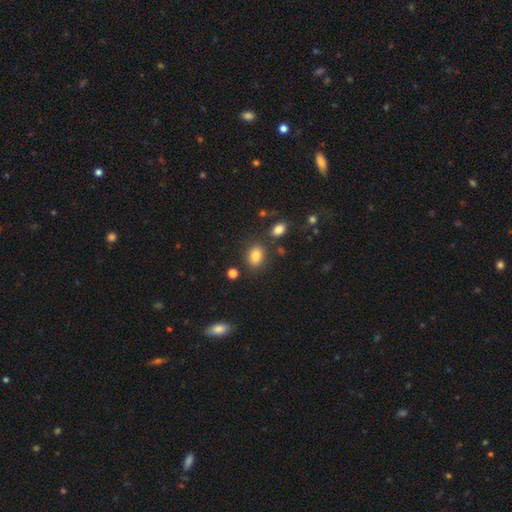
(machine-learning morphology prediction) smooth_or_featured: smooth (p=0.83) [alt: star or artifact p=0.10]
how_rounded: in between (p=0.70) [alt: round p=0.29]
merging: none (p=0.79) [alt: minor disturbance p=0.12]